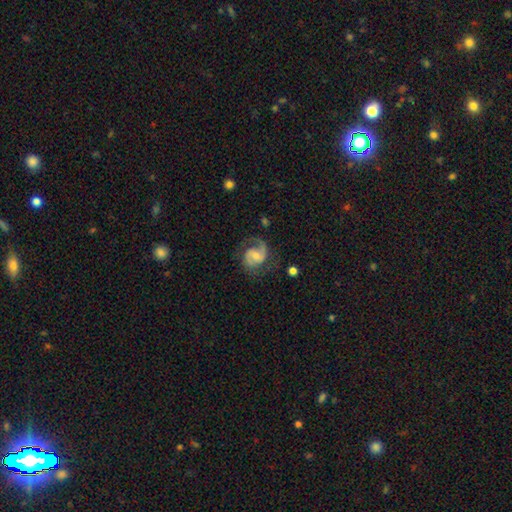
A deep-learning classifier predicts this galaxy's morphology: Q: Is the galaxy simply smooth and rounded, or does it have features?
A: featured or disk — 80%.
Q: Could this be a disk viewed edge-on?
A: no — 98%.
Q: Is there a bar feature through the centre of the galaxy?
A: weak — 44%, tied with no.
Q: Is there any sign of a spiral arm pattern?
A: yes — 94%.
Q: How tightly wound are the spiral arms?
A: medium — 51%.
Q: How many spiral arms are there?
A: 2 — 67%.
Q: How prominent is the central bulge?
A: small — 48%.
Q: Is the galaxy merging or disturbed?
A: none — 61%.